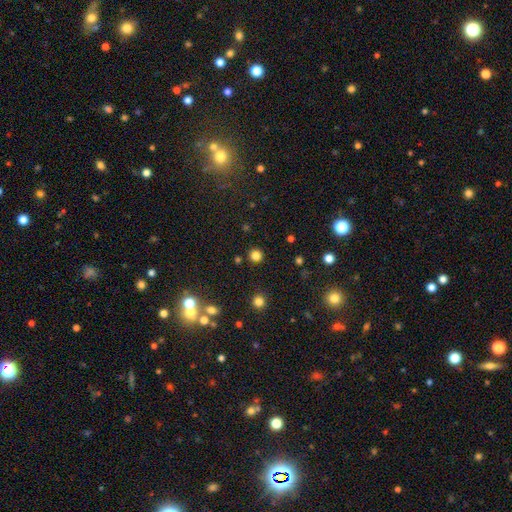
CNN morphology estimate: Smooth or featured? Predicted: smooth (p=0.78). How rounded? Predicted: round (p=0.93). Merging? Predicted: none (p=0.89).